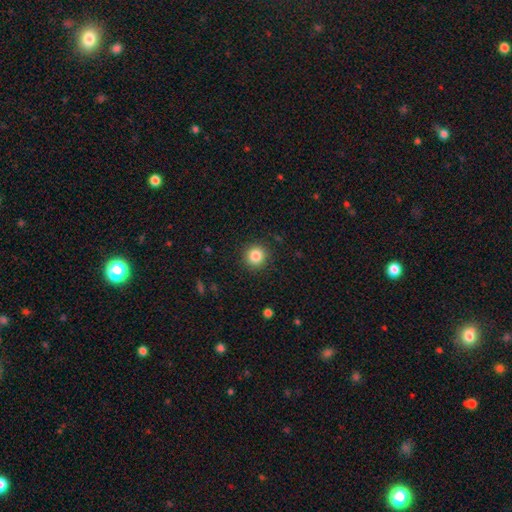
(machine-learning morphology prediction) A smooth galaxy with no disk features (85%) that is round (93%). Merging: none (90%).